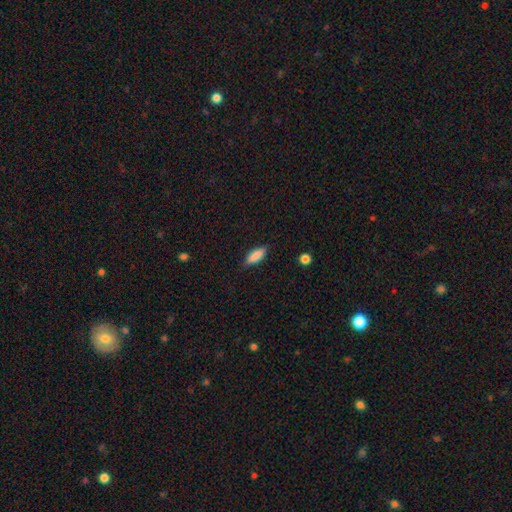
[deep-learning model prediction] Smooth or featured? smooth (81%)
How rounded? in between (54%)
Merging? none (81%)